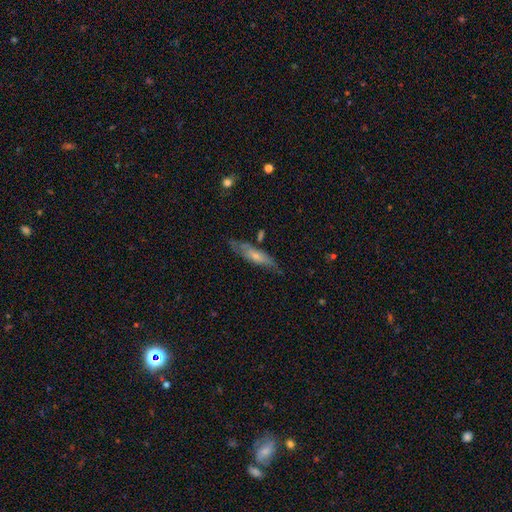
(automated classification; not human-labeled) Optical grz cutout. It shows a featured or disk galaxy (52%) viewed edge-on (56%). Merging: none (69%).